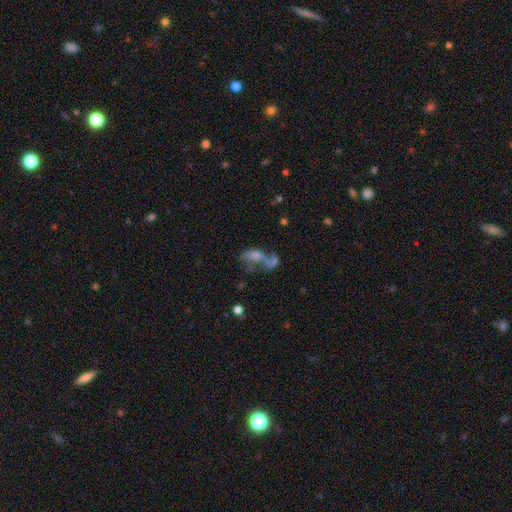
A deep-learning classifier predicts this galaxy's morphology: featured or disk 40%, smooth 39%, star or artifact 21%. Down the decision tree: merging — merger (46%).